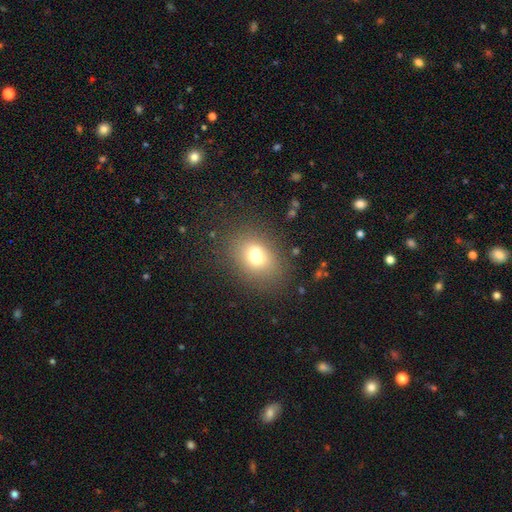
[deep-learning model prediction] Smooth or featured? smooth (68%)
How rounded? in between (57%)
Merging? none (67%)